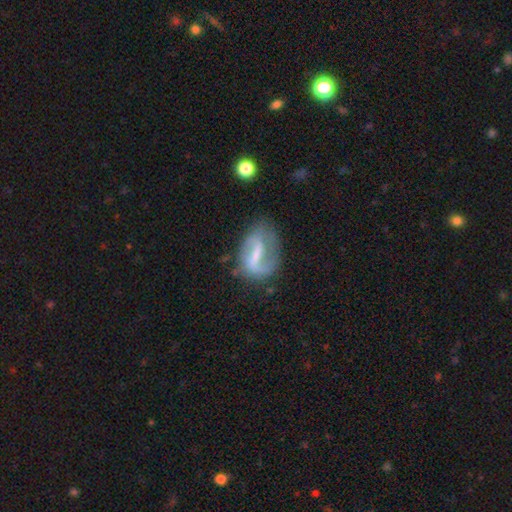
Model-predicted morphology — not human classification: Q: Smooth or featured?
A: featured or disk (72%); runner-up: smooth (21%)
Q: Edge-on disk?
A: no (96%); runner-up: yes (4%)
Q: Bar?
A: weak (44%); runner-up: strong (42%)
Q: Spiral arms?
A: yes (83%); runner-up: no (17%)
Q: Spiral winding?
A: loose (46%); runner-up: medium (37%)
Q: Spiral arm count?
A: 2 (57%); runner-up: 1 (31%)
Q: Bulge size?
A: small (40%); runner-up: none (29%)
Q: Merging?
A: none (52%); runner-up: minor disturbance (25%)